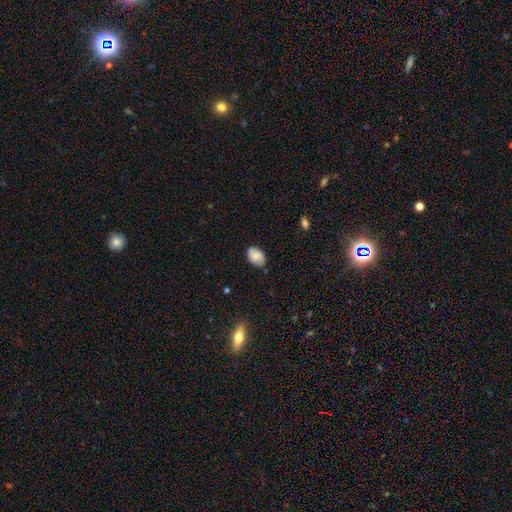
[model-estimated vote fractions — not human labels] smooth_or_featured: smooth (p=0.79) [alt: featured or disk p=0.13]
how_rounded: in between (p=0.88) [alt: round p=0.11]
merging: none (p=0.79) [alt: minor disturbance p=0.17]